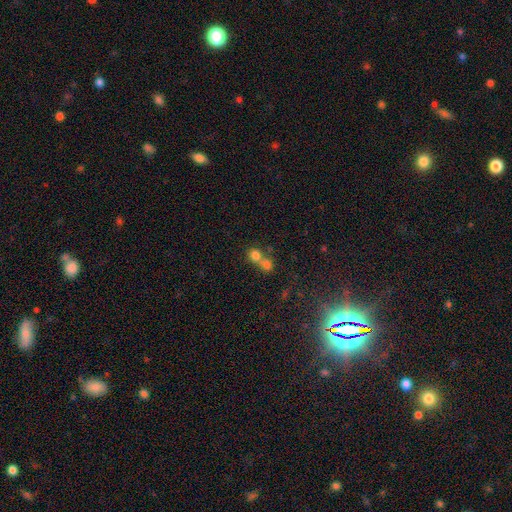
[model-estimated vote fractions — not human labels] A smooth galaxy with no disk features (75%) that is round (80%).

Vote fractions:
- Smooth or featured? smooth: 75% / star or artifact: 13% / featured or disk: 12%
- How rounded? round: 80% / in between: 19% / cigar-shaped: 1%
- Merging? merger: 63% / none: 30% / minor disturbance: 5% / major disturbance: 3%